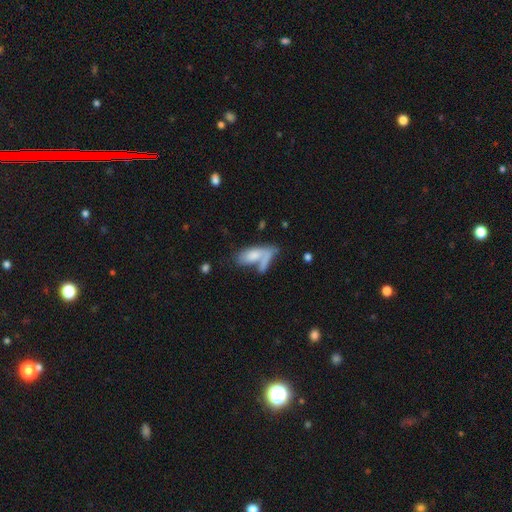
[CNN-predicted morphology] Smooth or featured?
  - smooth: 73% *
  - featured or disk: 20%
  - star or artifact: 7%
How rounded?
  - in between: 75% *
  - cigar-shaped: 22%
  - round: 3%
Merging?
  - merger: 42% *
  - none: 36%
  - minor disturbance: 13%
  - major disturbance: 9%